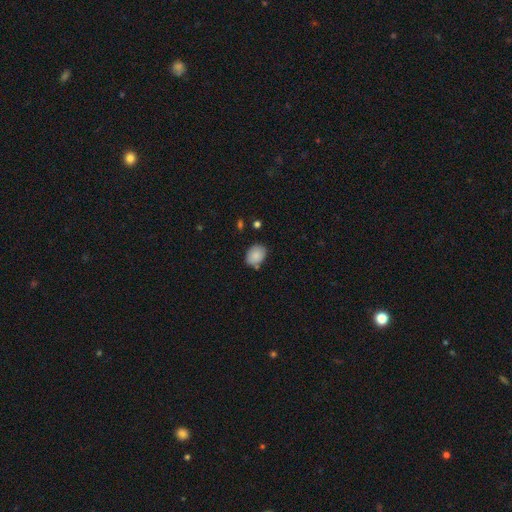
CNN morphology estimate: smooth_or_featured: smooth (p=0.86) [alt: star or artifact p=0.08]
how_rounded: in between (p=0.58) [alt: round p=0.41]
merging: none (p=0.72) [alt: minor disturbance p=0.18]